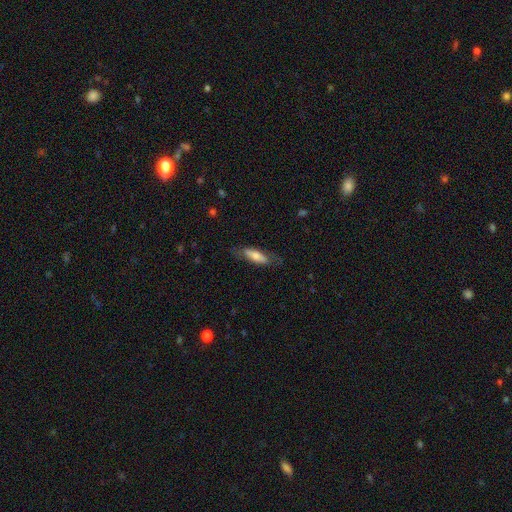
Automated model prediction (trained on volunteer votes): Q: Smooth or featured?
A: smooth (60%); runner-up: featured or disk (34%)
Q: How rounded?
A: cigar-shaped (53%); runner-up: in between (45%)
Q: Merging?
A: none (71%); runner-up: minor disturbance (20%)